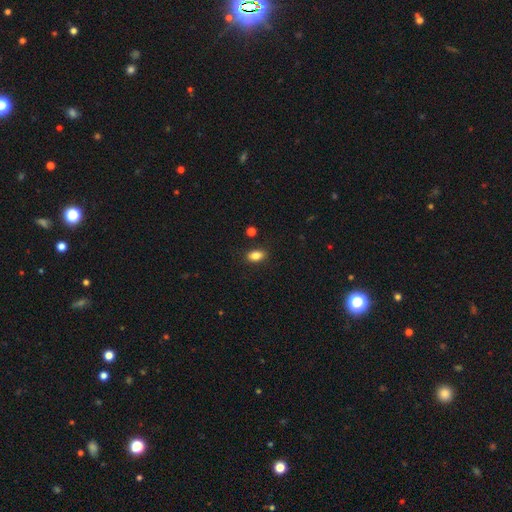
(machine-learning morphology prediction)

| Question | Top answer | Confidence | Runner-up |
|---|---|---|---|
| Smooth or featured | smooth | 84% | star or artifact (9%) |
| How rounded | in between | 86% | round (10%) |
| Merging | none | 86% | minor disturbance (10%) |